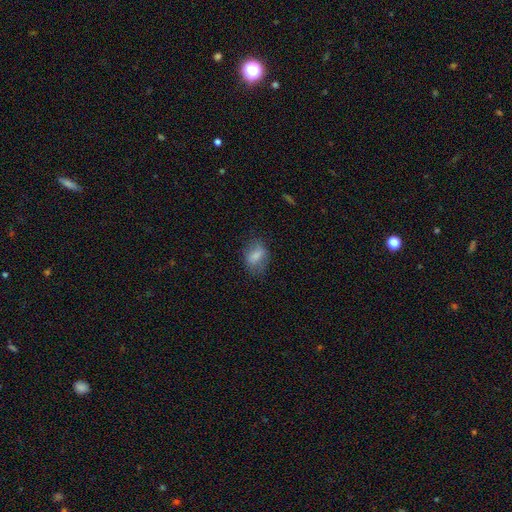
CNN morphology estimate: Q: Smooth or featured?
A: smooth (74%); runner-up: featured or disk (18%)
Q: How rounded?
A: in between (76%); runner-up: round (22%)
Q: Merging?
A: none (68%); runner-up: minor disturbance (22%)